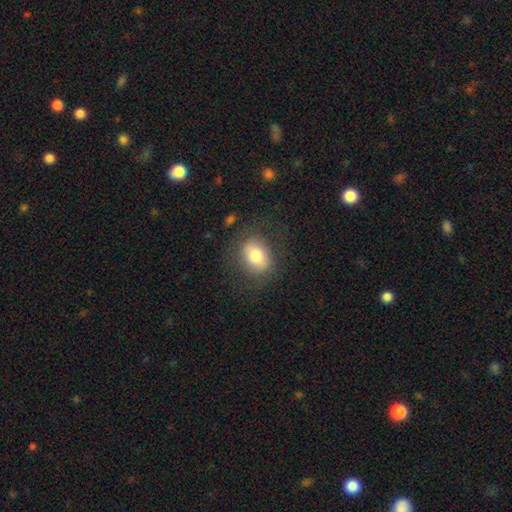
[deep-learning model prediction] The model was most divided on "how rounded": in between: 55%, round: 44%, cigar-shaped: 1%. More confident: merging — none (75%); smooth or featured — smooth (73%).